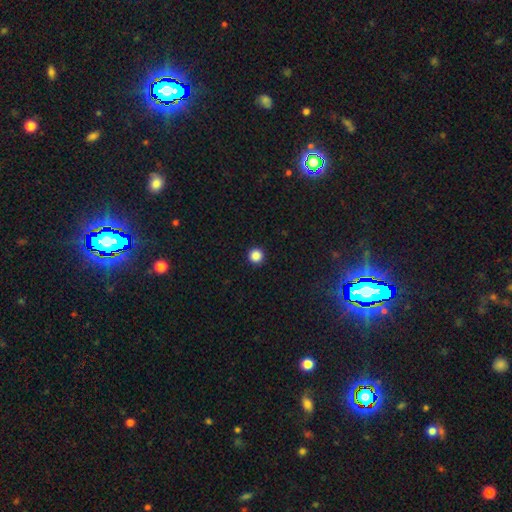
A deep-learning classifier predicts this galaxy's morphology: Smooth or featured? smooth (87%)
How rounded? round (96%)
Merging? none (94%)